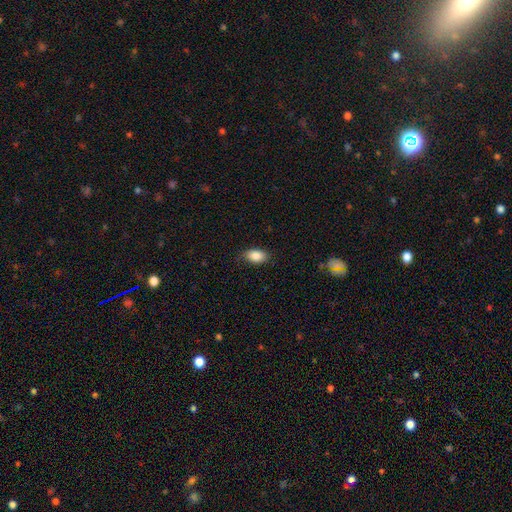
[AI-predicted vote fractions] This appears to be a smooth galaxy with no disk features (87%) that is in between round and cigar-shaped (90%). Merging: none (80%).